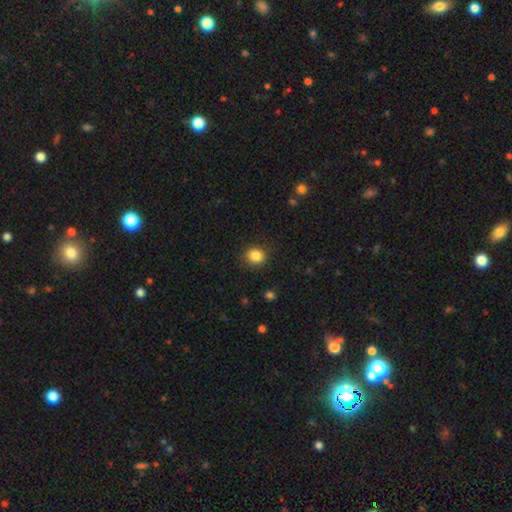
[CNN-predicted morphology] A smooth galaxy with no disk features (86%) that is round (84%).

Vote fractions:
- Smooth or featured? smooth: 86% / star or artifact: 10% / featured or disk: 4%
- How rounded? round: 84% / in between: 16% / cigar-shaped: 1%
- Merging? none: 89% / minor disturbance: 7% / major disturbance: 2% / merger: 1%